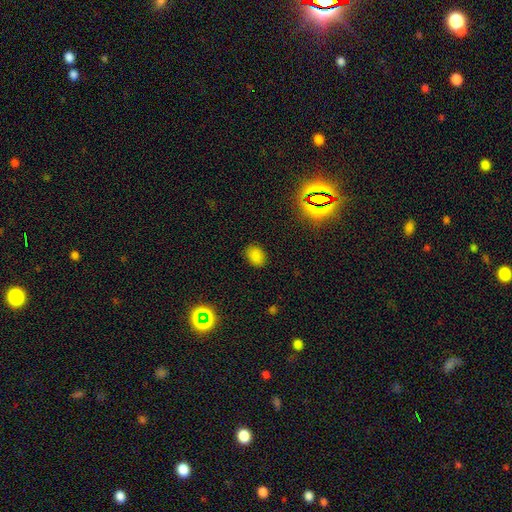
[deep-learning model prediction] Overall: smooth (81%). How rounded: in between (70%). Merging: none (86%).